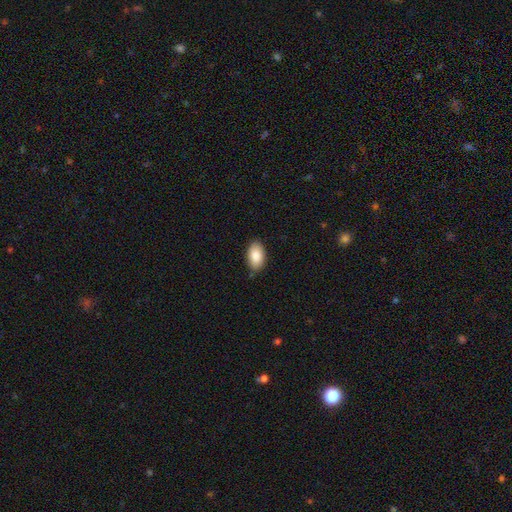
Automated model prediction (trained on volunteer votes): Overall: smooth (88%). How rounded: in between (94%). Merging: none (84%).